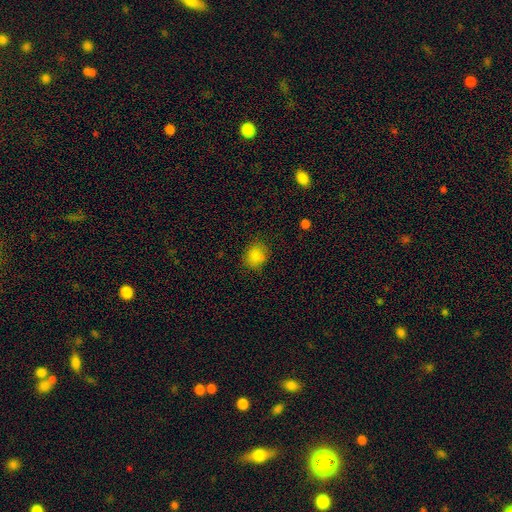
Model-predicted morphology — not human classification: type=smooth (84%); roundness=round (75%); merging=none (82%).